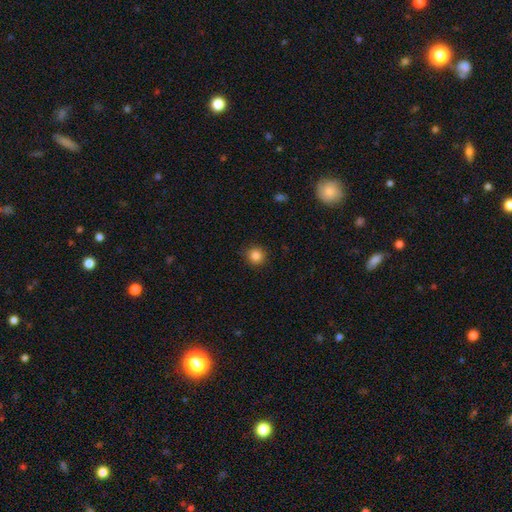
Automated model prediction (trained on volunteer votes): Smooth or featured?
  - smooth: 86% *
  - star or artifact: 11%
  - featured or disk: 4%
How rounded?
  - round: 93% *
  - in between: 7%
  - cigar-shaped: 1%
Merging?
  - none: 89% *
  - minor disturbance: 7%
  - major disturbance: 2%
  - merger: 1%